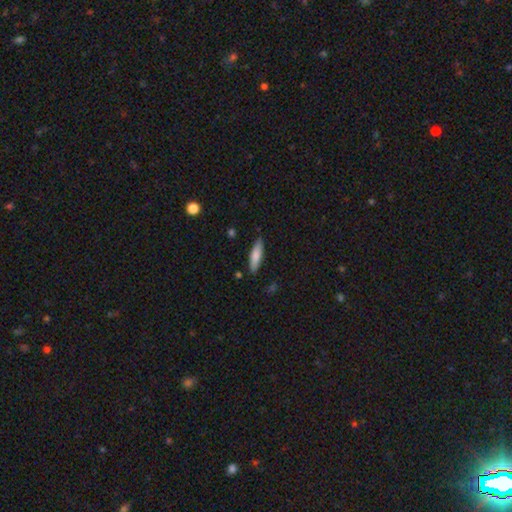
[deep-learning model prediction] Smooth or featured? smooth (79%)
How rounded? cigar-shaped (58%)
Merging? none (83%)